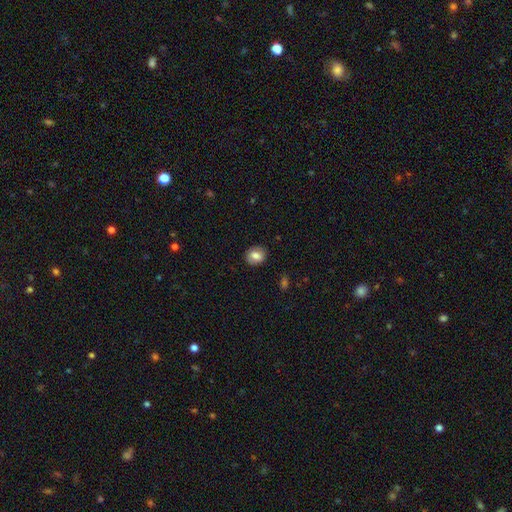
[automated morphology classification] Smooth or featured: smooth — 77% (featured or disk — 14%)
How rounded: round — 65% (in between — 34%)
Merging: none — 86% (minor disturbance — 10%)